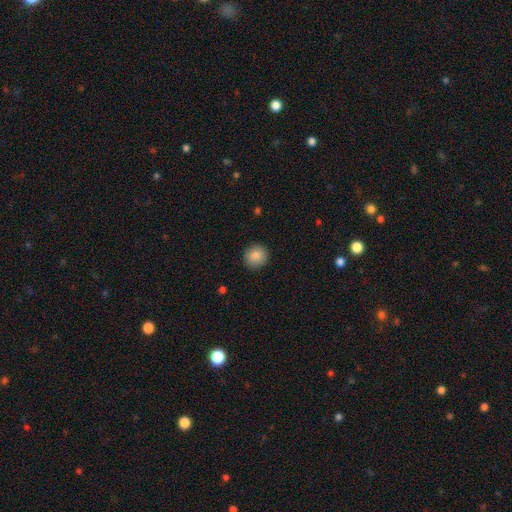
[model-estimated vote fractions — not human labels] Smooth or featured: smooth — 86% (star or artifact — 8%)
How rounded: round — 89% (in between — 10%)
Merging: none — 90% (minor disturbance — 7%)